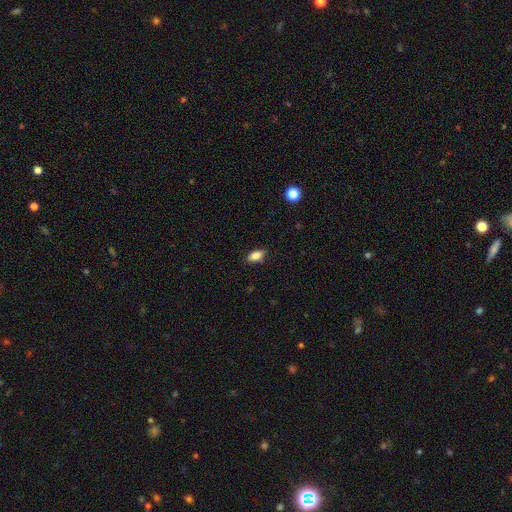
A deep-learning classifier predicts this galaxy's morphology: A smooth galaxy with no disk features (84%) that is in between round and cigar-shaped (87%). Merging: none (86%).